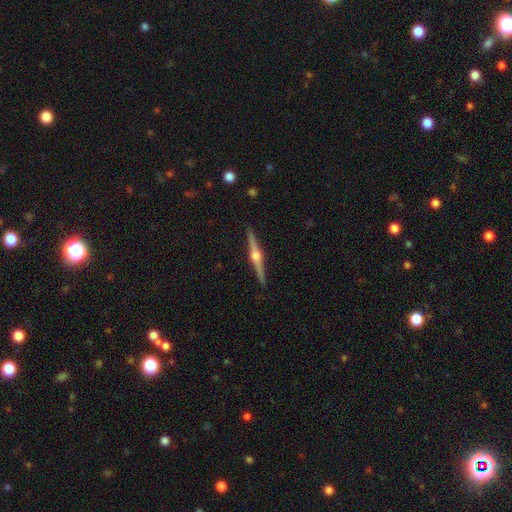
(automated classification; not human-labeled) Smooth or featured: featured or disk — 86% (smooth — 9%)
Edge-on disk: yes — 99% (no — 1%)
Edge-on bulge: rounded — 94% (boxy — 4%)
Merging: none — 92% (minor disturbance — 6%)